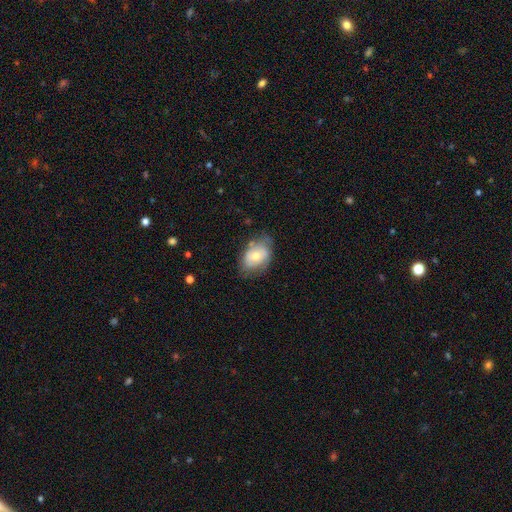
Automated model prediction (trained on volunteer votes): Smooth or featured?
  - smooth: 56% *
  - featured or disk: 37%
  - star or artifact: 7%
How rounded?
  - in between: 81% *
  - round: 17%
  - cigar-shaped: 1%
Merging?
  - none: 63% *
  - minor disturbance: 26%
  - major disturbance: 8%
  - merger: 2%